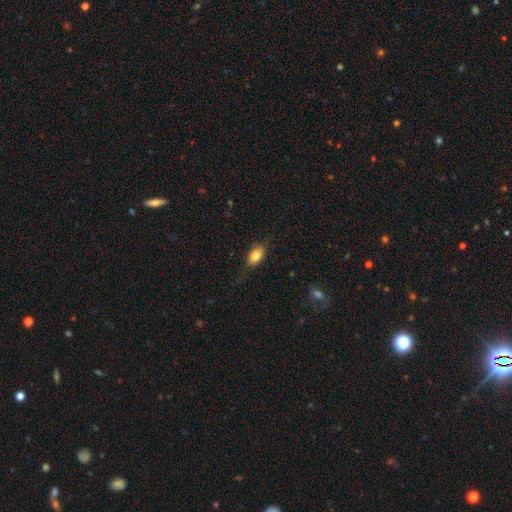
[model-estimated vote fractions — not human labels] Smooth or featured: smooth — 81% (featured or disk — 11%)
How rounded: in between — 89% (round — 8%)
Merging: none — 78% (minor disturbance — 16%)